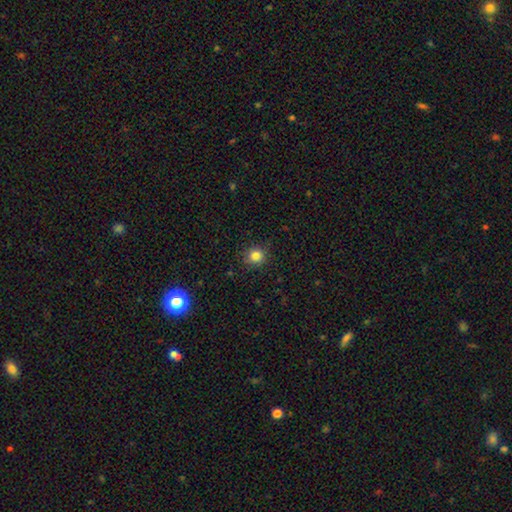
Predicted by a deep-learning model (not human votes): A smooth galaxy with no disk features (82%) that is round (89%).

Vote fractions:
- Smooth or featured? smooth: 82% / star or artifact: 13% / featured or disk: 5%
- How rounded? round: 89% / in between: 10% / cigar-shaped: 1%
- Merging? none: 88% / minor disturbance: 9% / major disturbance: 2% / merger: 1%